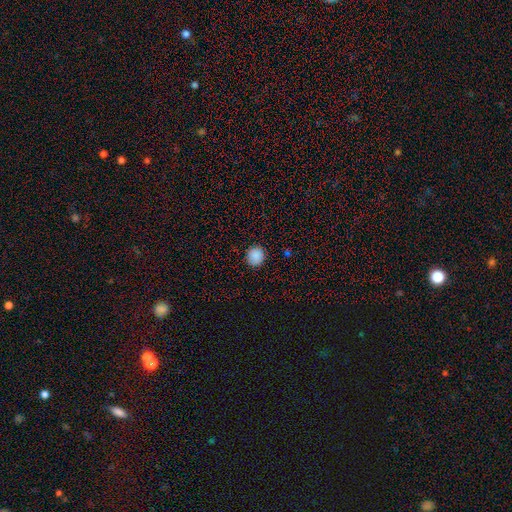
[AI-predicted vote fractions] smooth 87%, star or artifact 10%, featured or disk 3%. Down the decision tree: how rounded — round (91%); merging — none (90%).